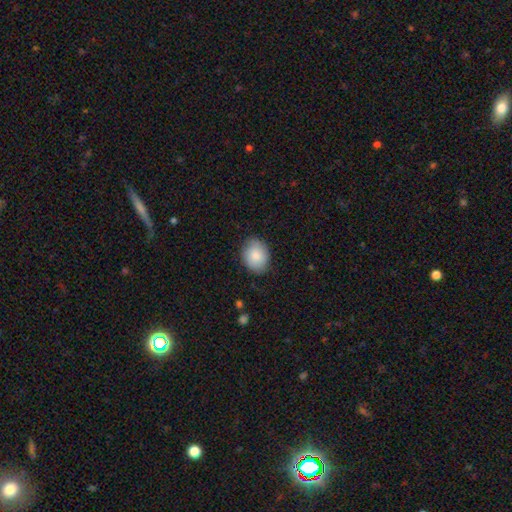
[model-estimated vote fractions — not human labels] smooth 85%, featured or disk 9%, star or artifact 6%. Down the decision tree: how rounded — in between (60%); merging — none (84%).